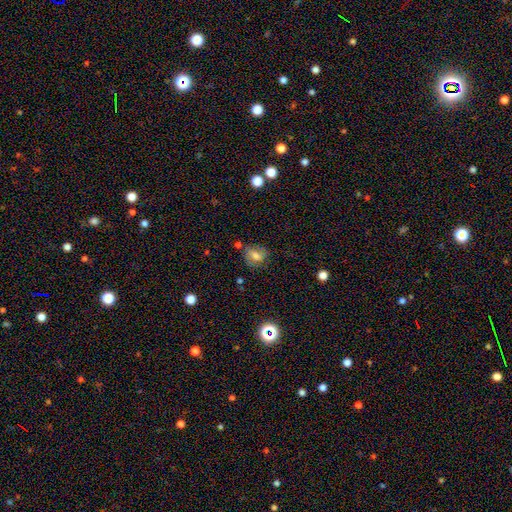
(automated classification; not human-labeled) A smooth galaxy with no disk features (55%) that is in between round and cigar-shaped (60%). Merging: none (62%).